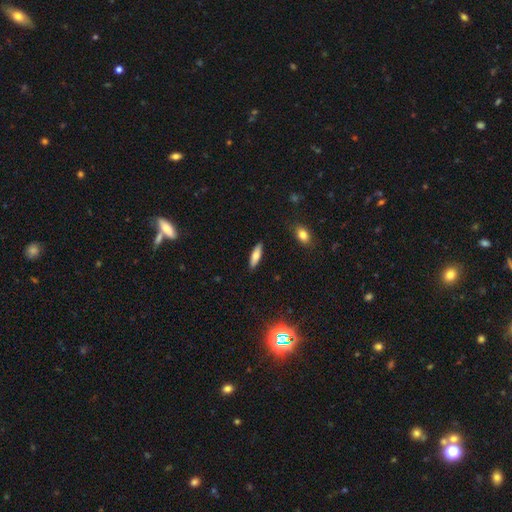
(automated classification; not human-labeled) Morphology: type=smooth (70%); roundness=cigar-shaped (56%); merging=none (89%).